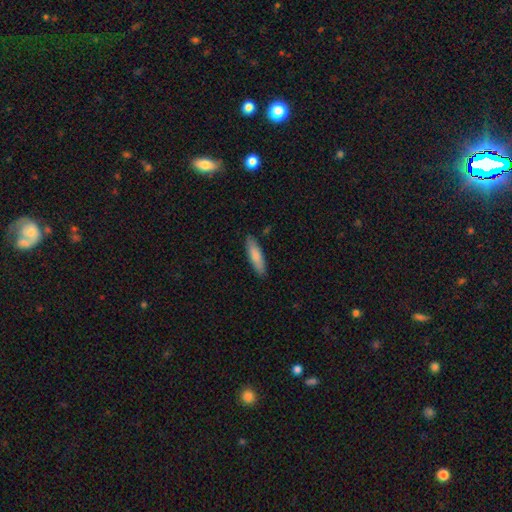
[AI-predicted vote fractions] Smooth or featured? Predicted: smooth (p=0.82). How rounded? Predicted: cigar-shaped (p=0.65). Merging? Predicted: none (p=0.86).